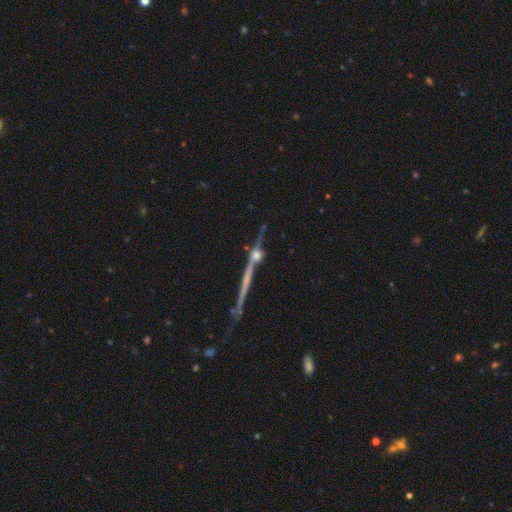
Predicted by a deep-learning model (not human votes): This appears to be a featured or disk galaxy (72%) viewed edge-on (94%) with a rounded central bulge (83%). Merging: none (71%).